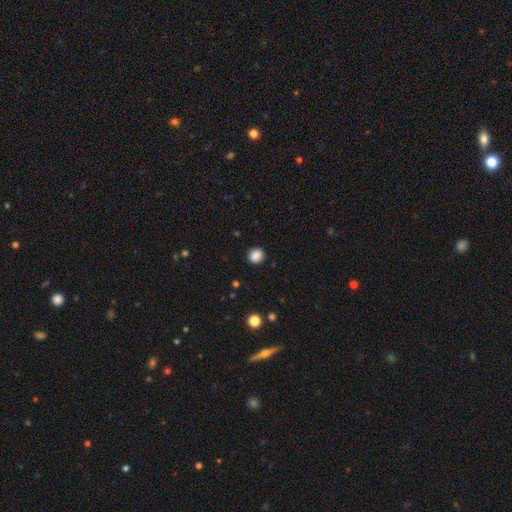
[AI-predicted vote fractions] Overall: smooth (87%). How rounded: round (82%). Merging: none (89%).